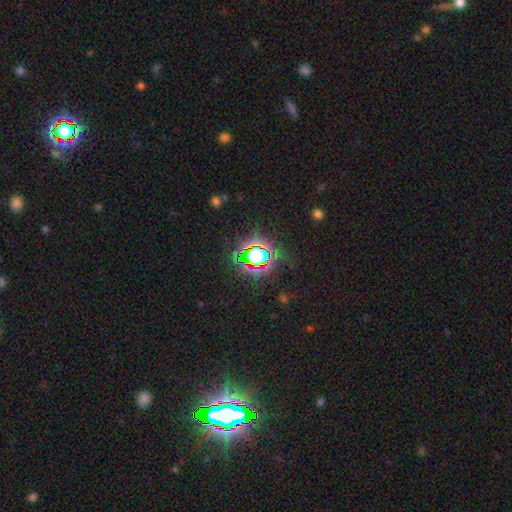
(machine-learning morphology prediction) Overall: star or artifact (73%).